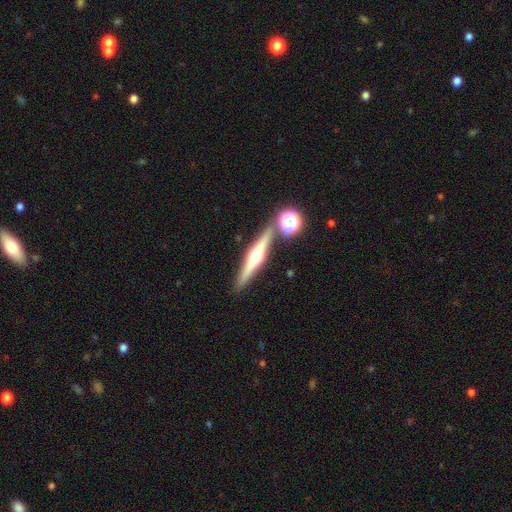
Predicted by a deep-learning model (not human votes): Q: Smooth or featured?
A: featured or disk (67%); runner-up: smooth (25%)
Q: Edge-on disk?
A: yes (97%); runner-up: no (3%)
Q: Edge-on bulge?
A: rounded (92%); runner-up: boxy (4%)
Q: Merging?
A: none (82%); runner-up: minor disturbance (8%)